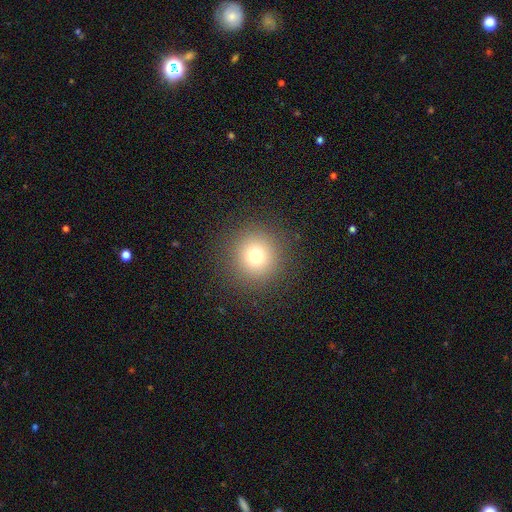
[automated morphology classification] Q: Smooth or featured?
A: smooth (76%); runner-up: star or artifact (14%)
Q: How rounded?
A: round (94%); runner-up: in between (5%)
Q: Merging?
A: none (90%); runner-up: minor disturbance (6%)